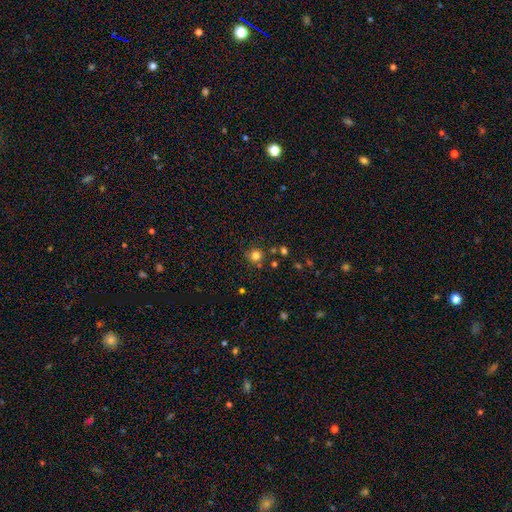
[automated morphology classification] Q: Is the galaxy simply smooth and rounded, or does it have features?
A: smooth — 79%.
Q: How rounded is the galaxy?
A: round — 91%.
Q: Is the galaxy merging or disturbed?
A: none — 80%.